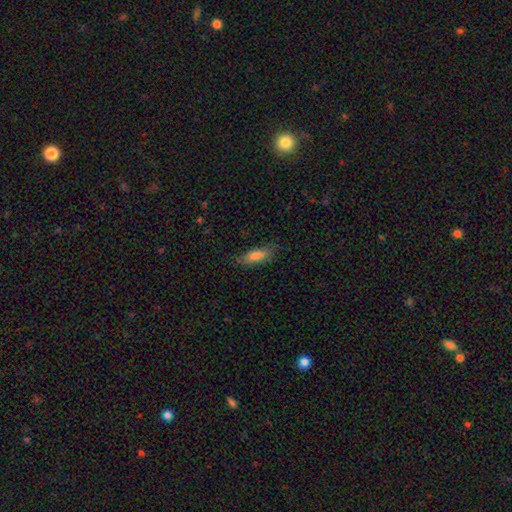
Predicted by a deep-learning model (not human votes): Smooth or featured?
  - smooth: 78% *
  - featured or disk: 15%
  - star or artifact: 7%
How rounded?
  - in between: 55% *
  - cigar-shaped: 43%
  - round: 2%
Merging?
  - none: 73% *
  - minor disturbance: 20%
  - major disturbance: 6%
  - merger: 1%